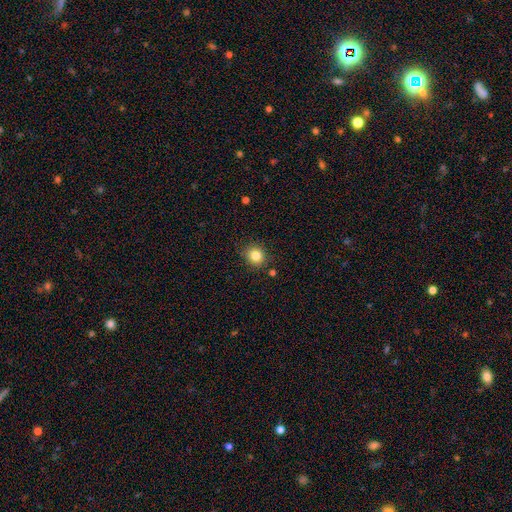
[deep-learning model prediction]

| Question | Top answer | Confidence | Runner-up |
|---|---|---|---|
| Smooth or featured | smooth | 83% | star or artifact (11%) |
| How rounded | round | 85% | in between (14%) |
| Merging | none | 87% | minor disturbance (9%) |